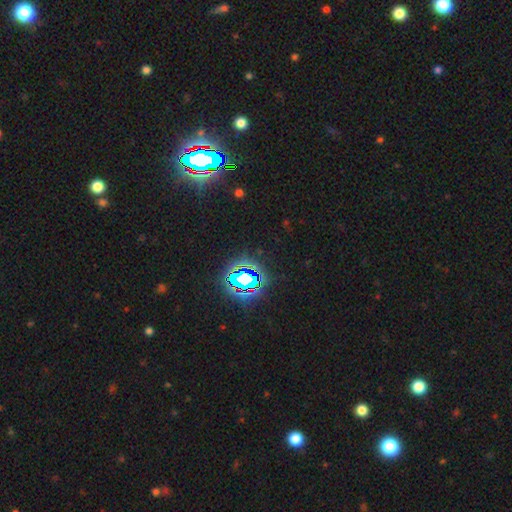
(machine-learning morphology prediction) This is clearly a star or artifact rather than a galaxy (83%).